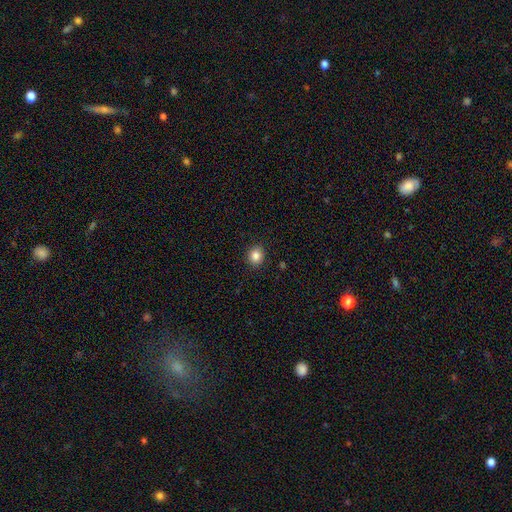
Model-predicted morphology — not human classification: The model was most divided on "how rounded": round: 78%, in between: 21%, cigar-shaped: 1%. More confident: merging — none (90%); smooth or featured — smooth (84%).